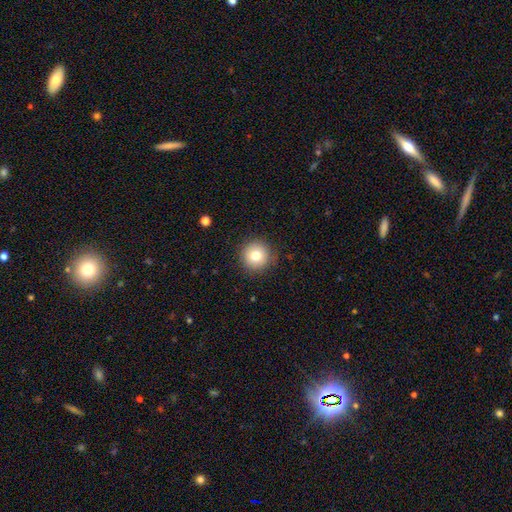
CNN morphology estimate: type=smooth (78%); roundness=round (95%); merging=none (89%).